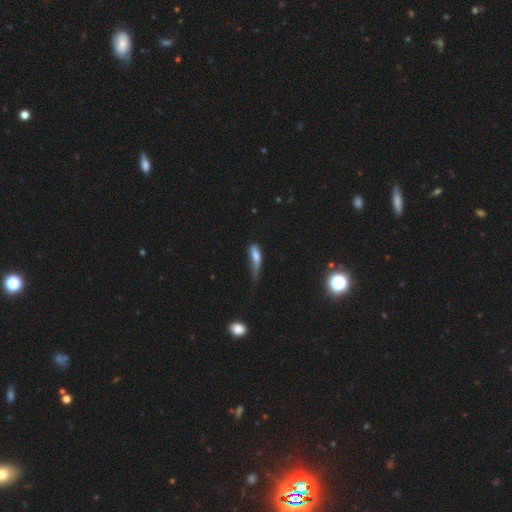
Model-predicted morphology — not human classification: This is likely a smooth galaxy (66%). How rounded: possibly in between (50%). Merging: marginally major disturbance (42%).